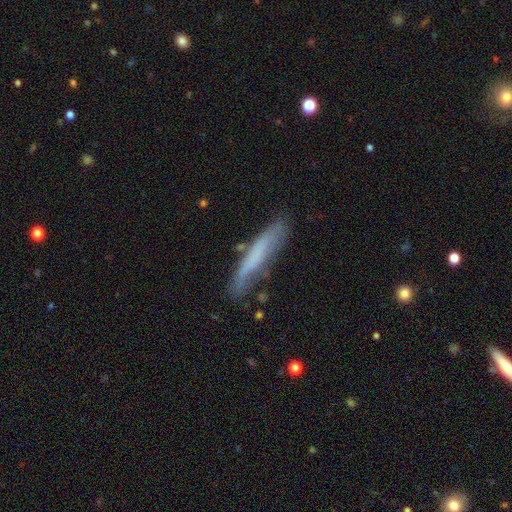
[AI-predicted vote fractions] Smooth or featured: smooth — 60% (featured or disk — 33%)
How rounded: cigar-shaped — 92% (in between — 7%)
Merging: none — 70% (minor disturbance — 21%)